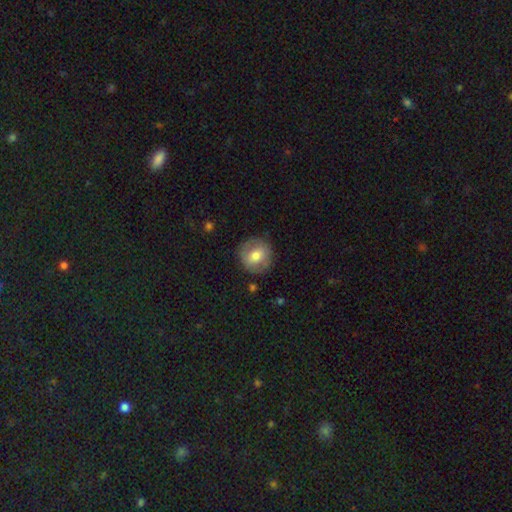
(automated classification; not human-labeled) Smooth or featured? Predicted: smooth (p=0.63). How rounded? Predicted: round (p=0.89). Merging? Predicted: none (p=0.84).